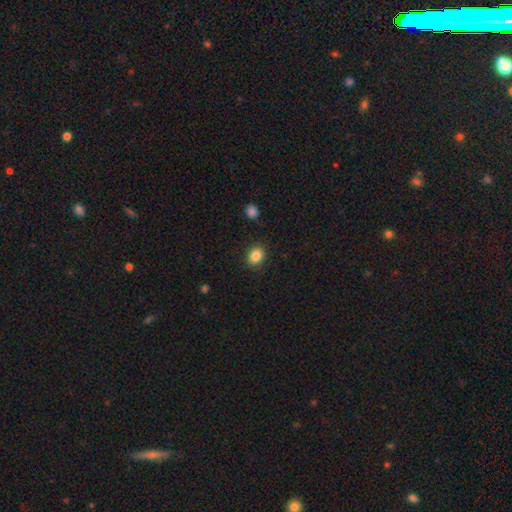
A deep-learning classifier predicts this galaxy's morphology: A smooth galaxy with no disk features (86%) that is in between round and cigar-shaped (51%). Merging: none (88%).